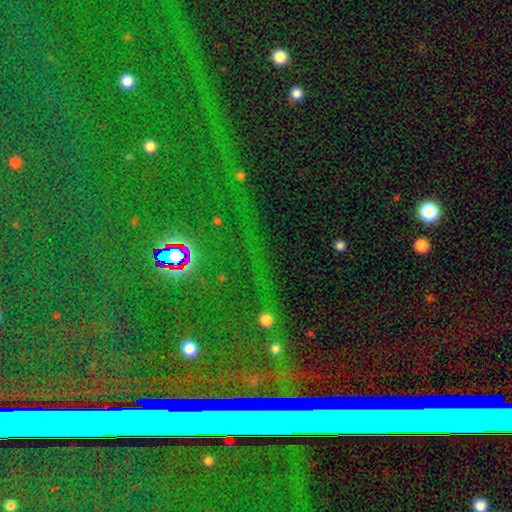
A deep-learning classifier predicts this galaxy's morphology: The model was most divided on "smooth or featured": star or artifact: 78%, featured or disk: 12%, smooth: 10%.